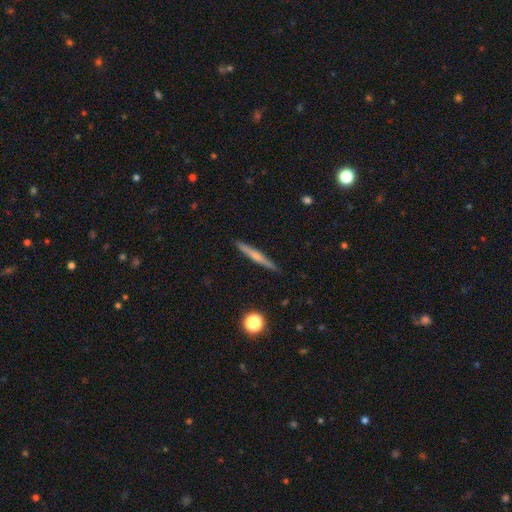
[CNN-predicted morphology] A featured or disk galaxy (52%) viewed edge-on (97%) with a rounded central bulge (62%). Merging: none (90%).